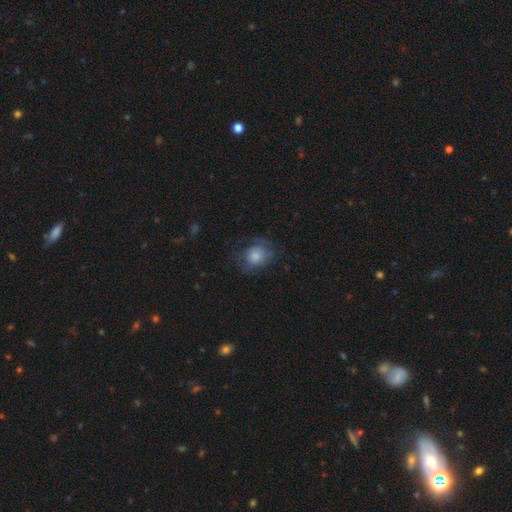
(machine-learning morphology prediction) This is likely a smooth galaxy (67%). How rounded: likely round (69%). Merging: possibly none (53%).